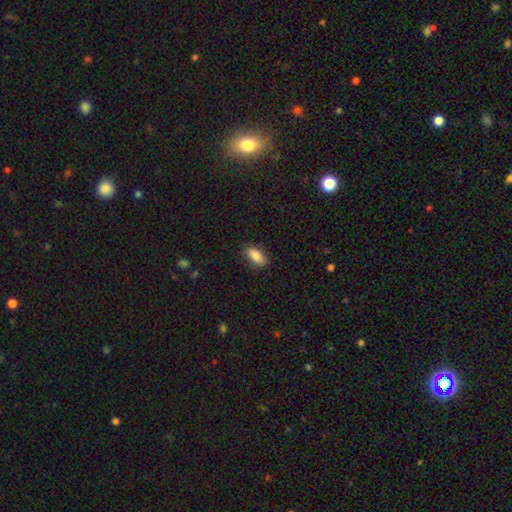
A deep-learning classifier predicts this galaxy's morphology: A smooth galaxy with no disk features (83%) that is in between round and cigar-shaped (87%).

Vote fractions:
- Smooth or featured? smooth: 83% / featured or disk: 10% / star or artifact: 7%
- How rounded? in between: 87% / cigar-shaped: 9% / round: 3%
- Merging? none: 87% / minor disturbance: 10% / major disturbance: 2% / merger: 1%